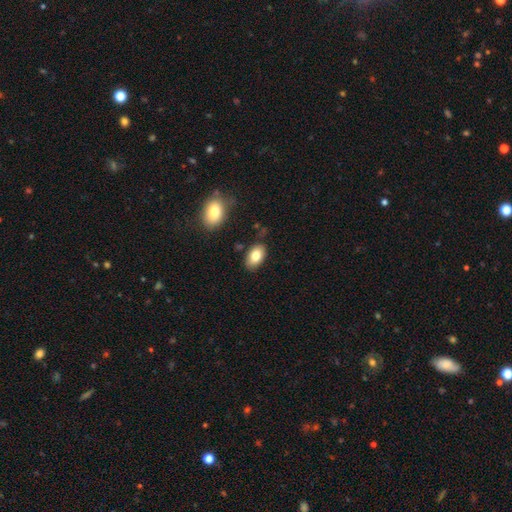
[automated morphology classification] This is clearly a smooth galaxy (81%). How rounded: clearly in between (93%). Merging: clearly none (82%).